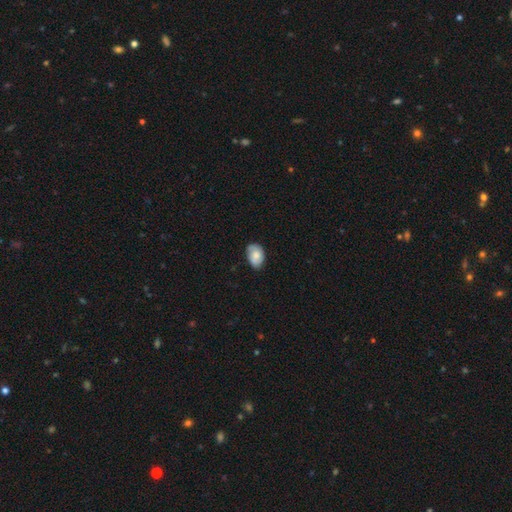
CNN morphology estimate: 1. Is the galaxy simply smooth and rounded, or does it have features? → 68% smooth, 25% featured or disk, 7% star or artifact.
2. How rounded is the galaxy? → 84% in between, 15% round, 1% cigar-shaped.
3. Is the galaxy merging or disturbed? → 65% none, 28% minor disturbance, 5% major disturbance, 2% merger.